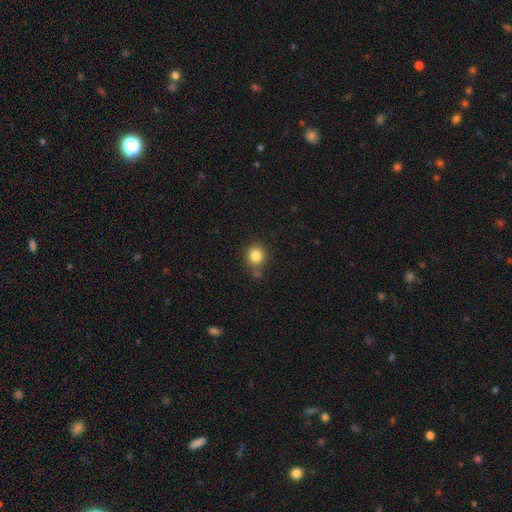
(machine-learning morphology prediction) Smooth or featured?
  - smooth: 84% *
  - star or artifact: 11%
  - featured or disk: 5%
How rounded?
  - round: 81% *
  - in between: 18%
  - cigar-shaped: 1%
Merging?
  - none: 74% *
  - minor disturbance: 13%
  - merger: 9%
  - major disturbance: 4%